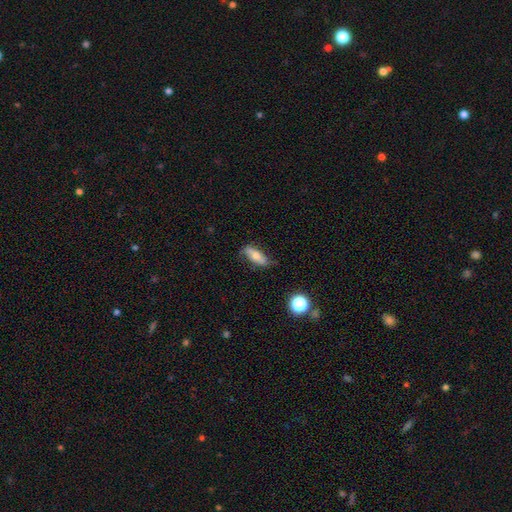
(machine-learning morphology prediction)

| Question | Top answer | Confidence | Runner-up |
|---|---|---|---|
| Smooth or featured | smooth | 54% | featured or disk (38%) |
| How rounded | in between | 68% | cigar-shaped (28%) |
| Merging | none | 66% | minor disturbance (25%) |